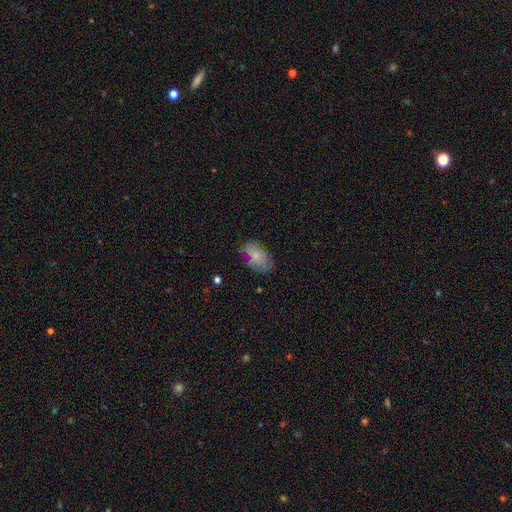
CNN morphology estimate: The model was most divided on "merging": none: 64%, minor disturbance: 26%, major disturbance: 8%, merger: 2%. More confident: how rounded — in between (90%); smooth or featured — smooth (76%).